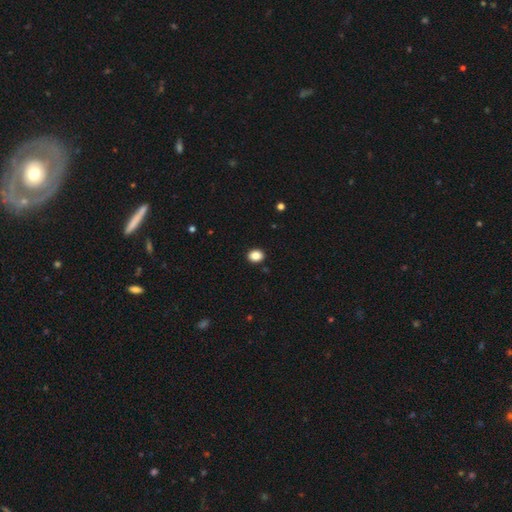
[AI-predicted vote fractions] Morphology: type=smooth (87%); roundness=in between (50%); merging=none (91%).